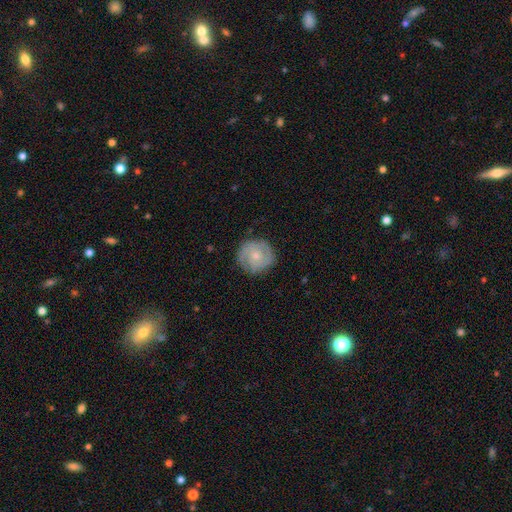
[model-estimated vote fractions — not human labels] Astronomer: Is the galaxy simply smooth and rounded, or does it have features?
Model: featured or disk — 64%.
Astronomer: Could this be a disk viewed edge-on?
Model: no — 98%.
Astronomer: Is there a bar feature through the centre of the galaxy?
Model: no — 75%.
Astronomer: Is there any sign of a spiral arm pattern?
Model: yes — 89%.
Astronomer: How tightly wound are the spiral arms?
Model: tight — 61%.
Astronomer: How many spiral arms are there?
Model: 2 — 45% (runner-up: can't tell, 25%).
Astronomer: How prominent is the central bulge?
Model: small — 53% (runner-up: moderate, 40%).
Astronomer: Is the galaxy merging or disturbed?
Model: none — 80%.